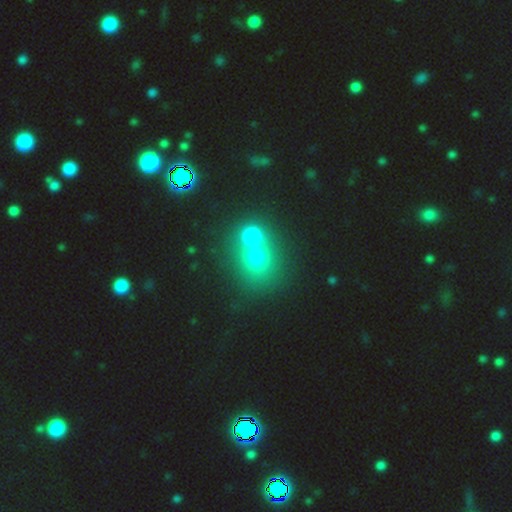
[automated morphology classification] type=smooth (68%); roundness=round (79%); merging=merger (53%).